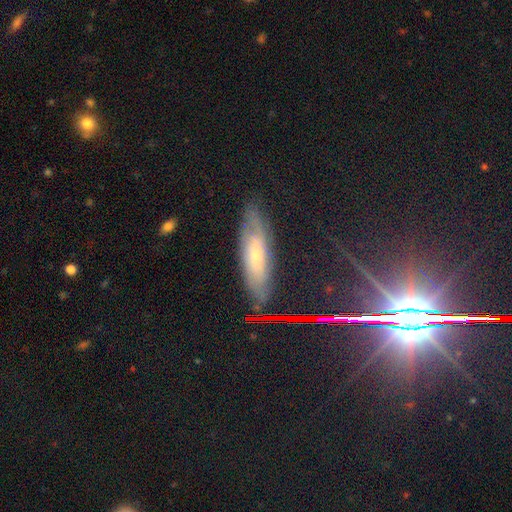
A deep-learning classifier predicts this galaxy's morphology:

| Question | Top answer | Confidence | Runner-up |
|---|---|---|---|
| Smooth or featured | featured or disk | 57% | smooth (30%) |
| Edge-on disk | no | 62% | yes (38%) |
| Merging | none | 78% | minor disturbance (16%) |